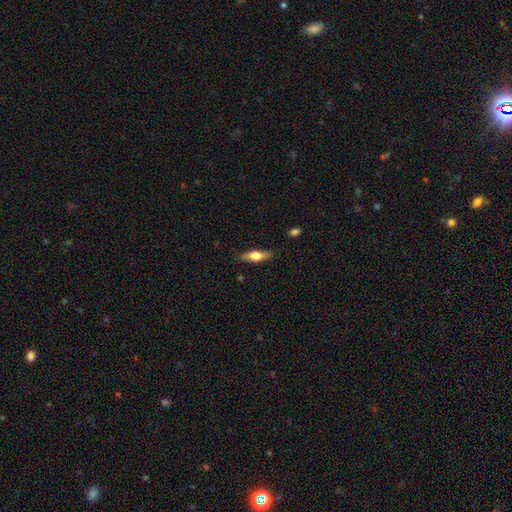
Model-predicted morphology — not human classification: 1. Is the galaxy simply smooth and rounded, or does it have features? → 51% featured or disk, 42% smooth, 6% star or artifact.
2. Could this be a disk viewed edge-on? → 93% yes, 7% no.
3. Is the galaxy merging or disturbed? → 86% none, 10% minor disturbance, 2% major disturbance, 1% merger.